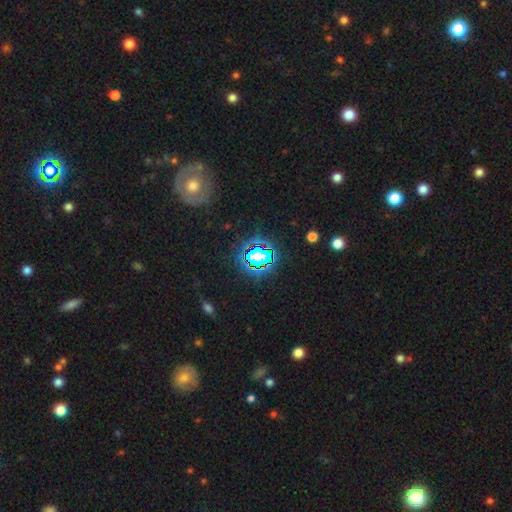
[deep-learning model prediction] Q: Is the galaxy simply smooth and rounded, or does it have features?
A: star or artifact — 70%.